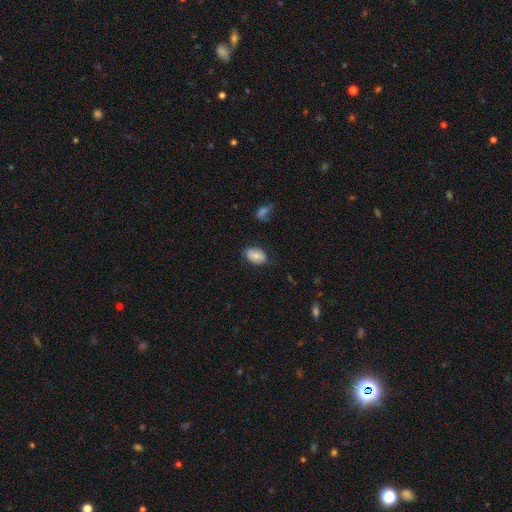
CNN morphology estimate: The model was most divided on "merging": none: 72%, minor disturbance: 20%, major disturbance: 5%, merger: 2%. More confident: how rounded — in between (86%); smooth or featured — smooth (76%).